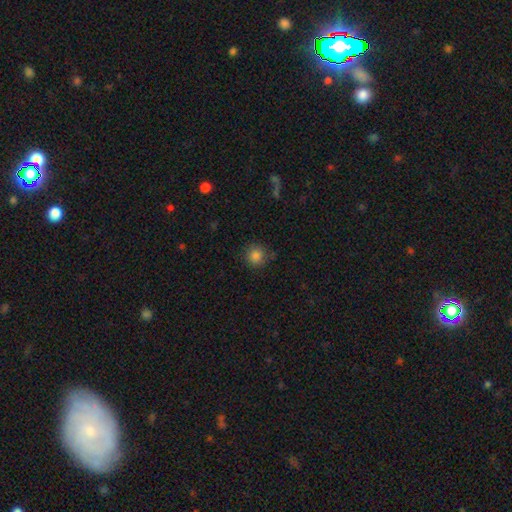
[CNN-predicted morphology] A smooth galaxy with no disk features (85%) that is round (92%). Merging: none (85%).